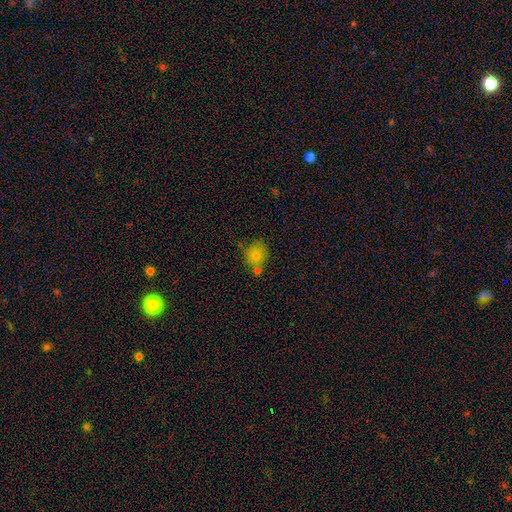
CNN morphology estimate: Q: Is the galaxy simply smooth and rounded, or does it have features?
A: smooth — 79%.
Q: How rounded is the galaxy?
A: round — 69%.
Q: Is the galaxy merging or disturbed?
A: none — 57%.